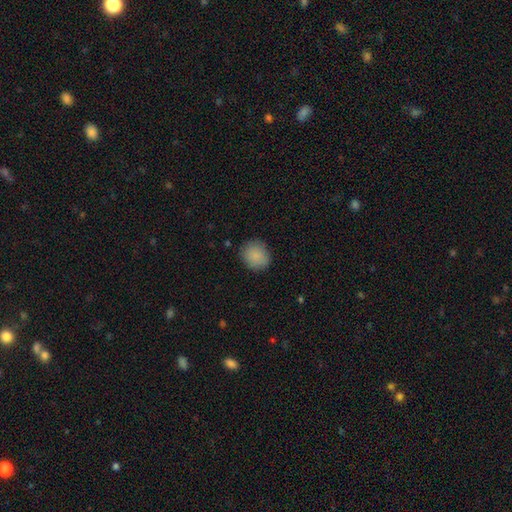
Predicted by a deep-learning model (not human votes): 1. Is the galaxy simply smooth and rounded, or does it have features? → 88% smooth, 8% star or artifact, 5% featured or disk.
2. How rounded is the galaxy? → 77% round, 22% in between, 1% cigar-shaped.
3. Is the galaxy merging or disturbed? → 86% none, 11% minor disturbance, 3% major disturbance, 1% merger.